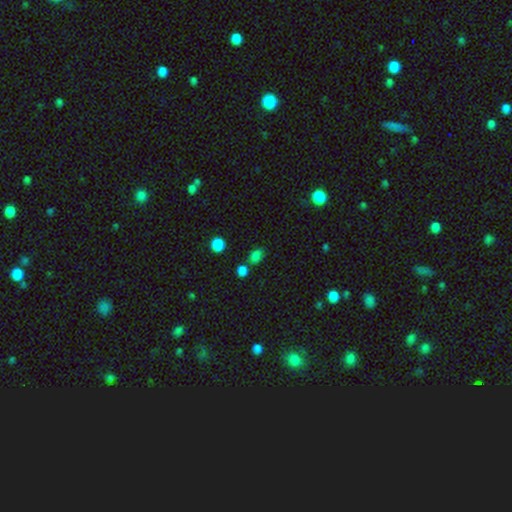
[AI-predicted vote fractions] Smooth or featured: smooth — 76% (star or artifact — 18%)
How rounded: in between — 69% (round — 29%)
Merging: none — 63% (merger — 18%)